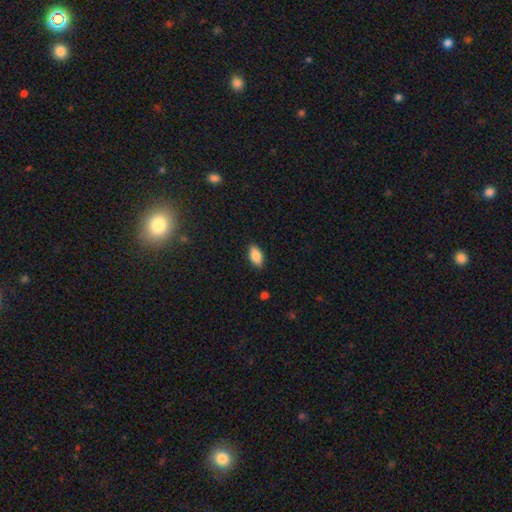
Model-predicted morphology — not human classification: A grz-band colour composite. It shows a smooth galaxy with no disk features (87%) that is in between round and cigar-shaped (92%). Merging: none (87%).